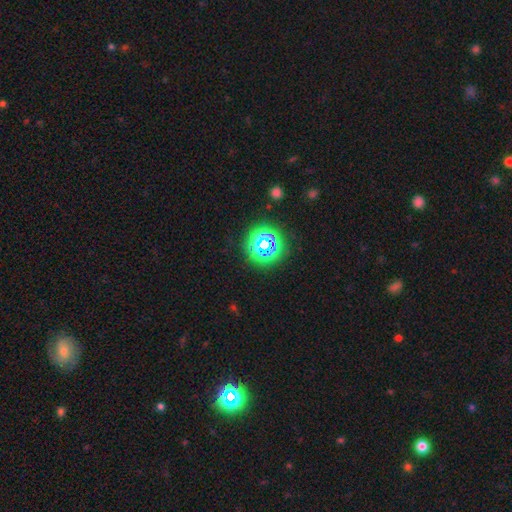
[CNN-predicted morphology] A star or artifact, not a galaxy (68%).